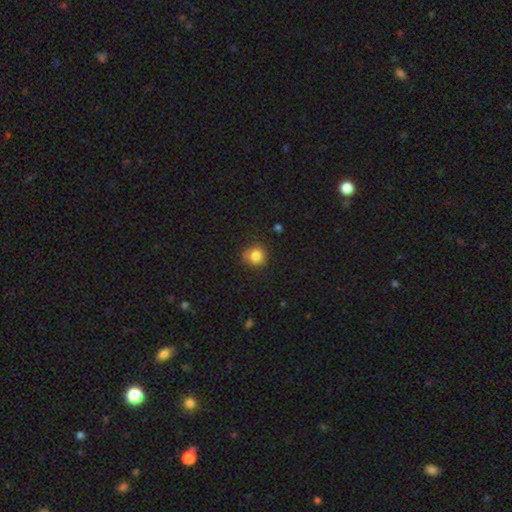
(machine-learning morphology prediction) Smooth or featured?
  - smooth: 82% *
  - star or artifact: 11%
  - featured or disk: 8%
How rounded?
  - round: 87% *
  - in between: 12%
  - cigar-shaped: 1%
Merging?
  - none: 75% *
  - minor disturbance: 19%
  - major disturbance: 4%
  - merger: 2%